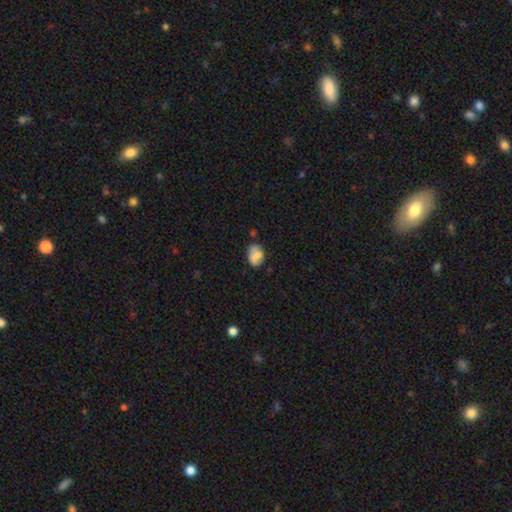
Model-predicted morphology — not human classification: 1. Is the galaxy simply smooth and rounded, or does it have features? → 74% smooth, 17% featured or disk, 9% star or artifact.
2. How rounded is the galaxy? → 75% in between, 23% round, 1% cigar-shaped.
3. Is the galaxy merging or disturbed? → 56% none, 26% minor disturbance, 11% merger, 7% major disturbance.